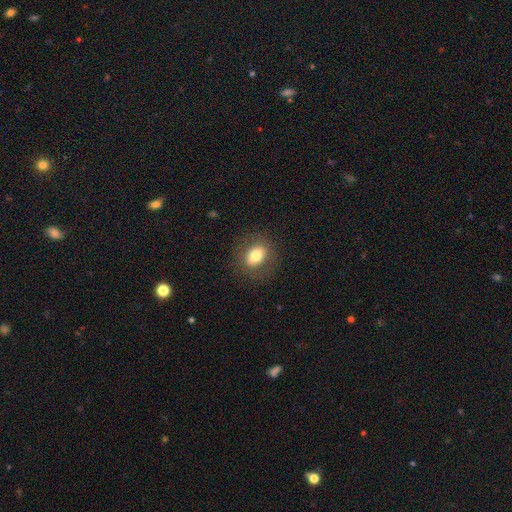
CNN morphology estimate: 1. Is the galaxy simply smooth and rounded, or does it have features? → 74% smooth, 17% featured or disk, 9% star or artifact.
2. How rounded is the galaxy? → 57% in between, 41% round, 2% cigar-shaped.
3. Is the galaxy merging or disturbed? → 84% none, 10% minor disturbance, 5% major disturbance, 1% merger.